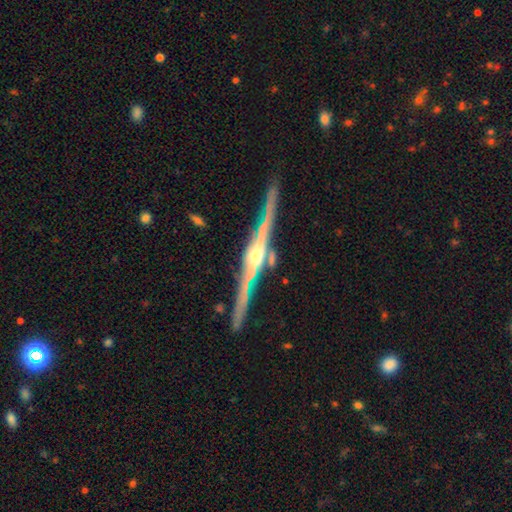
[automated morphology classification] A featured or disk galaxy (91%) viewed edge-on (98%) with a rounded central bulge (84%).

Vote fractions:
- Smooth or featured? featured or disk: 91% / smooth: 5% / star or artifact: 4%
- Edge-on disk? yes: 98% / no: 2%
- Edge-on bulge? rounded: 84% / boxy: 12% / none: 5%
- Merging? none: 85% / minor disturbance: 10% / merger: 3% / major disturbance: 2%